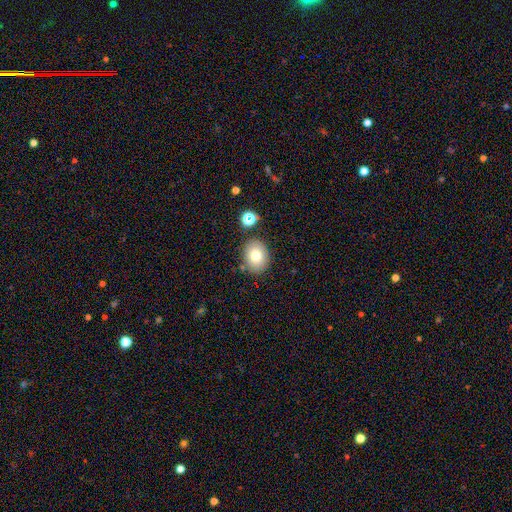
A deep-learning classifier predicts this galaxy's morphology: Smooth or featured: smooth — 78% (featured or disk — 12%)
How rounded: in between — 51% (round — 48%)
Merging: none — 80% (minor disturbance — 12%)